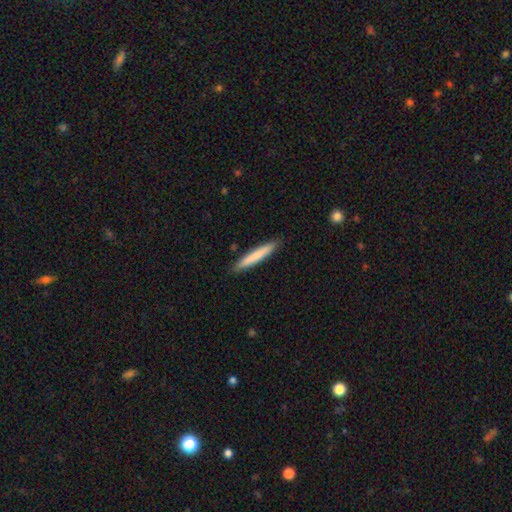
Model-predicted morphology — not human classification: A smooth galaxy with no disk features (77%) that is cigar-shaped (95%). Merging: none (91%).